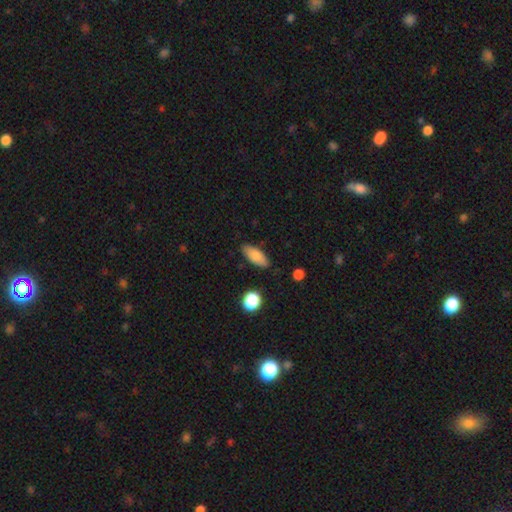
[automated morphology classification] Q: Smooth or featured?
A: smooth (83%); runner-up: featured or disk (10%)
Q: How rounded?
A: in between (81%); runner-up: cigar-shaped (16%)
Q: Merging?
A: none (83%); runner-up: minor disturbance (13%)